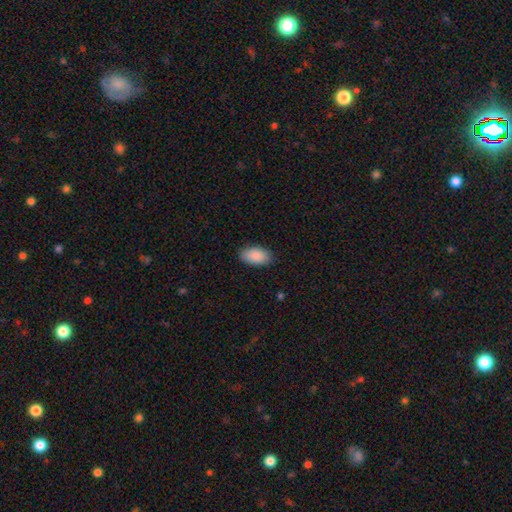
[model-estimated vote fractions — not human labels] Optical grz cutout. It shows a smooth galaxy with no disk features (90%) that is in between round and cigar-shaped (95%). Merging: none (86%).